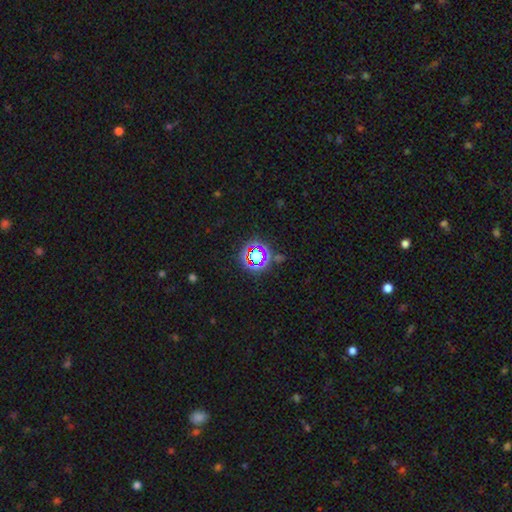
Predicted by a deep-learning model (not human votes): Smooth or featured? star or artifact (66%)